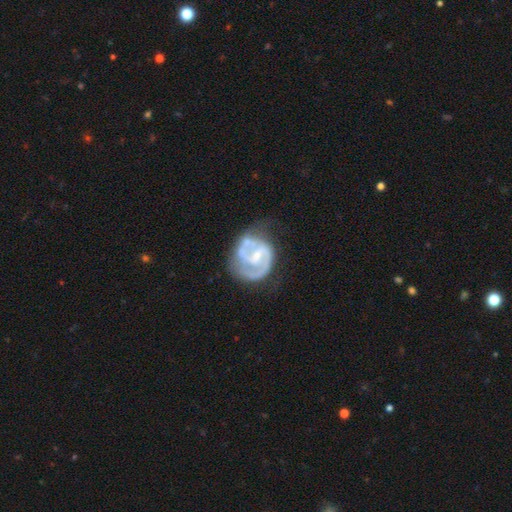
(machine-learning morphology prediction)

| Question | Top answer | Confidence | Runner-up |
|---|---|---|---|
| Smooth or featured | featured or disk | 85% | smooth (10%) |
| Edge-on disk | no | 98% | yes (2%) |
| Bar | weak | 51% | no (30%) |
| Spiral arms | yes | 91% | no (9%) |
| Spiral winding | medium | 47% | tight (38%) |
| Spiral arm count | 2 | 67% | can't tell (12%) |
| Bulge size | small | 61% | moderate (30%) |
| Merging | none | 46% | minor disturbance (27%) |